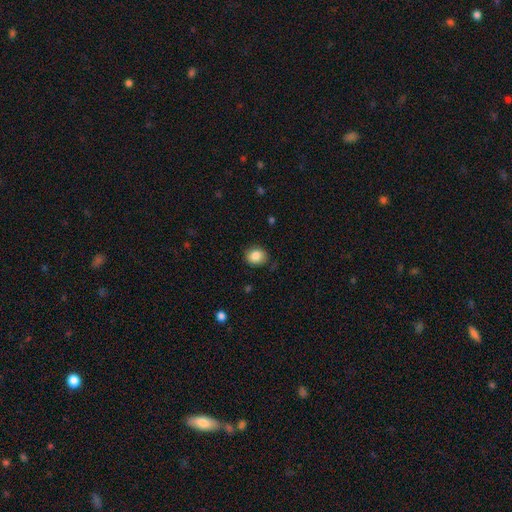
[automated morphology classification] type=smooth (86%); roundness=round (64%); merging=none (82%).